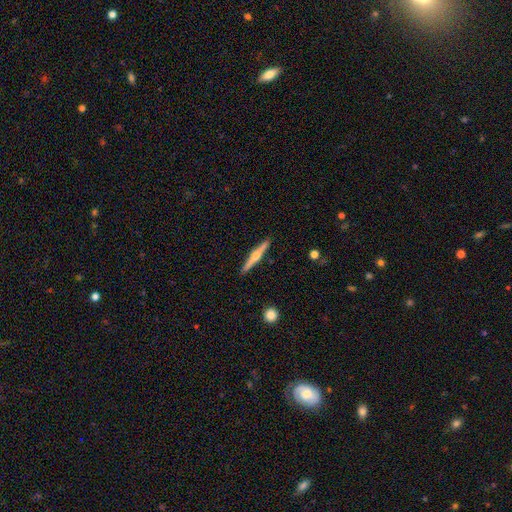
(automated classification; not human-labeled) A featured or disk galaxy (70%) viewed edge-on (98%) with a rounded central bulge (93%). Merging: none (91%).